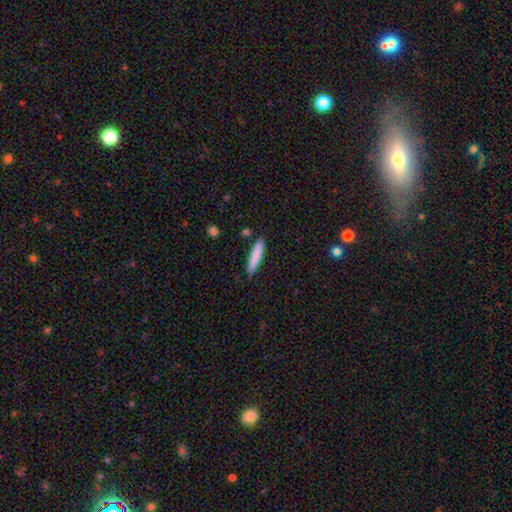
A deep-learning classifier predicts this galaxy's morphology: Overall: smooth (82%). How rounded: cigar-shaped (88%). Merging: none (85%).